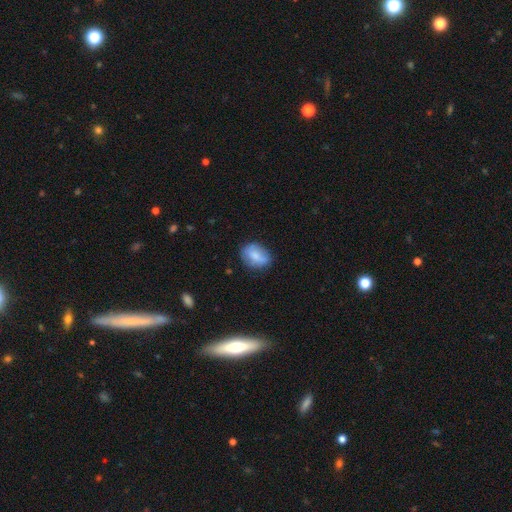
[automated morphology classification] This is likely a smooth galaxy (75%). How rounded: likely in between (68%). Merging: likely none (70%).